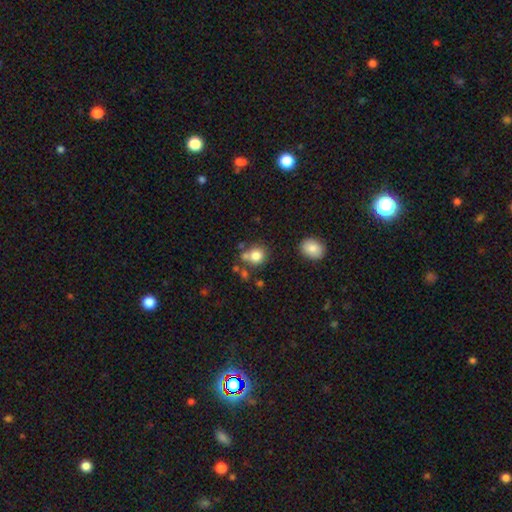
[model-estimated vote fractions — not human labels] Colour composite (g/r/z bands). It shows a smooth galaxy with no disk features (80%) that is round (82%). Merging: none (61%).